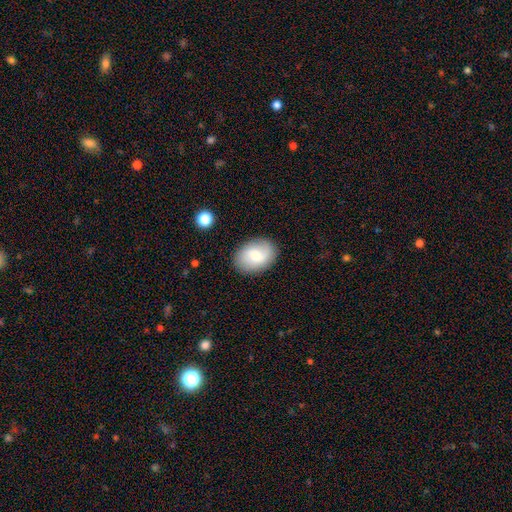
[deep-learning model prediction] This is possibly a smooth galaxy (59%). How rounded: likely in between (73%). Merging: clearly none (85%).